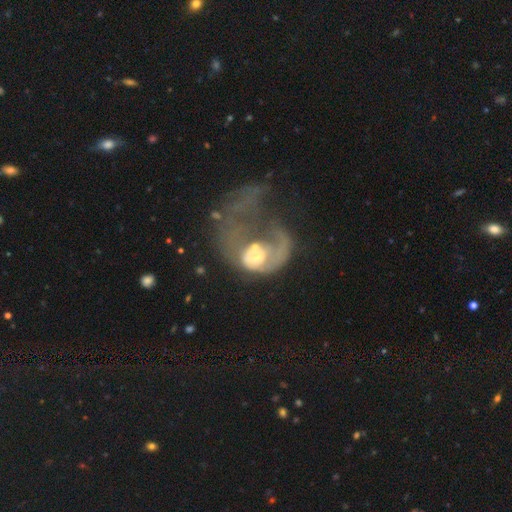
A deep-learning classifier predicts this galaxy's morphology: Smooth or featured? featured or disk (67%)
Edge-on disk? no (97%)
Bar? no (79%)
Spiral arms? yes (53%)
Bulge size? moderate (53%)
Merging? major disturbance (52%)